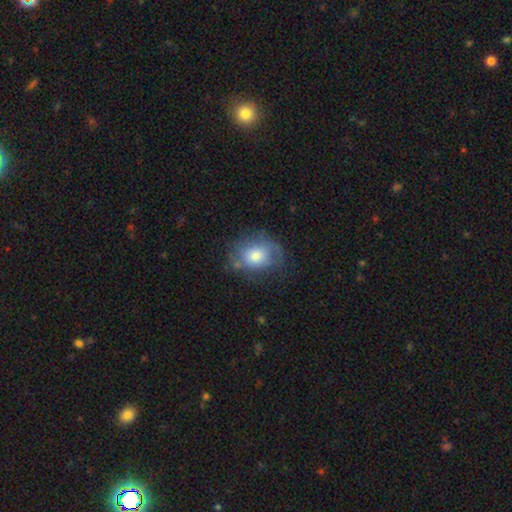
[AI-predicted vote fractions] Morphology: type=smooth (62%); roundness=in between (52%); merging=none (56%).